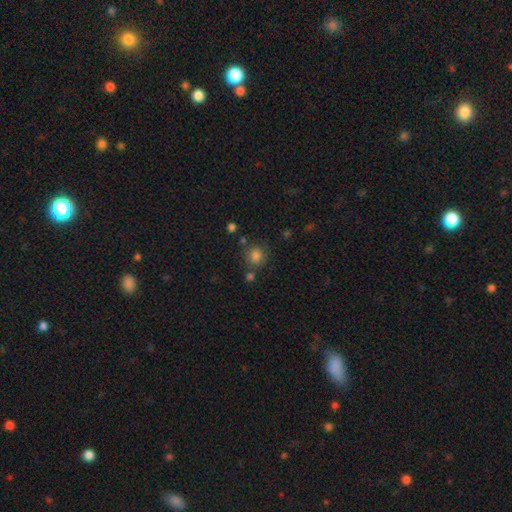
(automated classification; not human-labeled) This is clearly a smooth galaxy (82%). How rounded: clearly round (87%). Merging: likely none (74%).